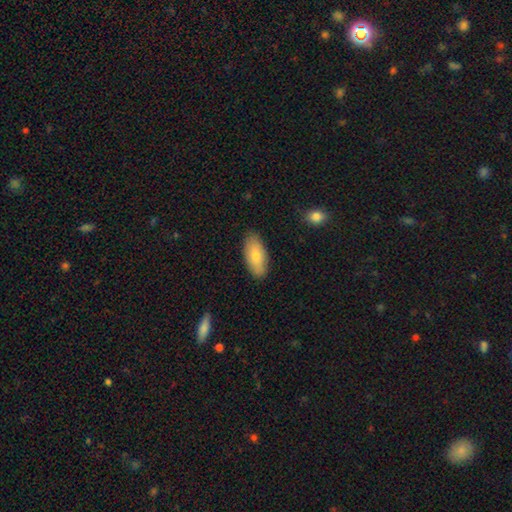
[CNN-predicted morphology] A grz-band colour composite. It shows a smooth galaxy with no disk features (79%) that is in between round and cigar-shaped (89%). Merging: none (85%).